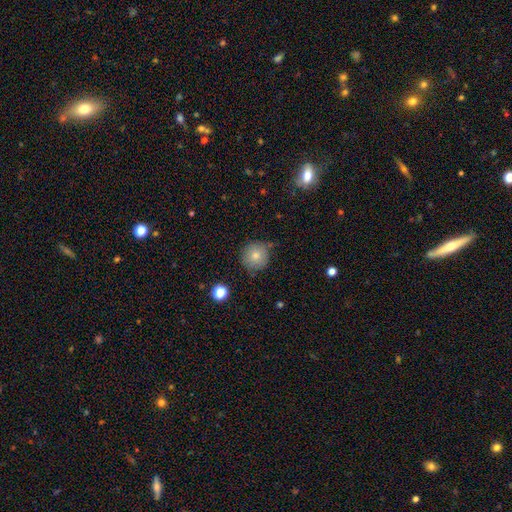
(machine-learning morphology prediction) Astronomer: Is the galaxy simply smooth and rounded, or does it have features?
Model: smooth — 79%.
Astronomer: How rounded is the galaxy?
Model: round — 93%.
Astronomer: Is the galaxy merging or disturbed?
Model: none — 73%.